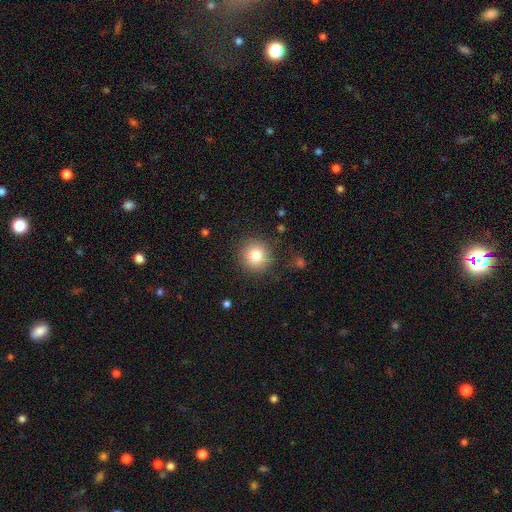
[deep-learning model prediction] smooth 81%, star or artifact 11%, featured or disk 8%. Down the decision tree: how rounded — round (94%); merging — none (88%).